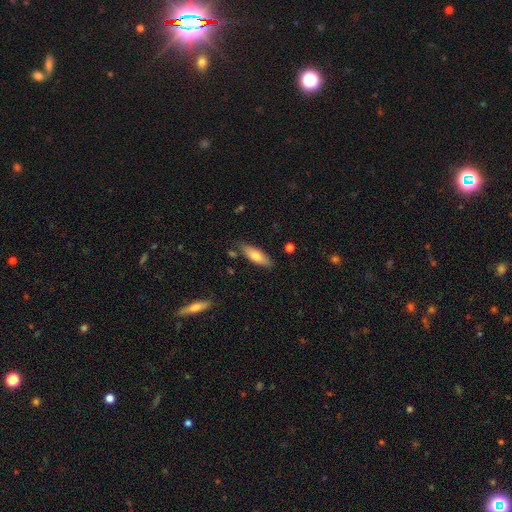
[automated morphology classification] The model was most divided on "how rounded": in between: 61%, cigar-shaped: 37%, round: 2%. More confident: merging — none (81%); smooth or featured — smooth (68%).